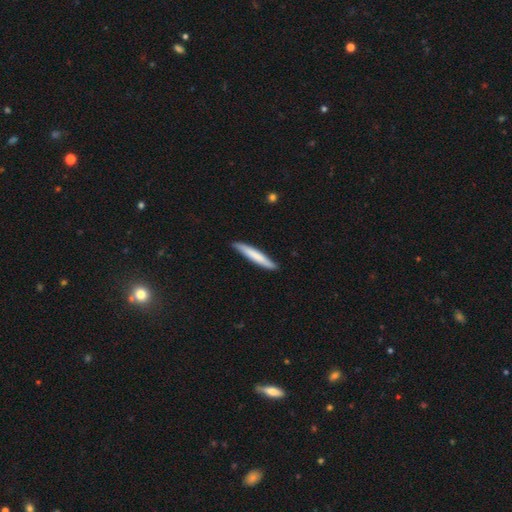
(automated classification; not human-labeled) Morphology: type=smooth (72%); roundness=cigar-shaped (94%); merging=none (86%).